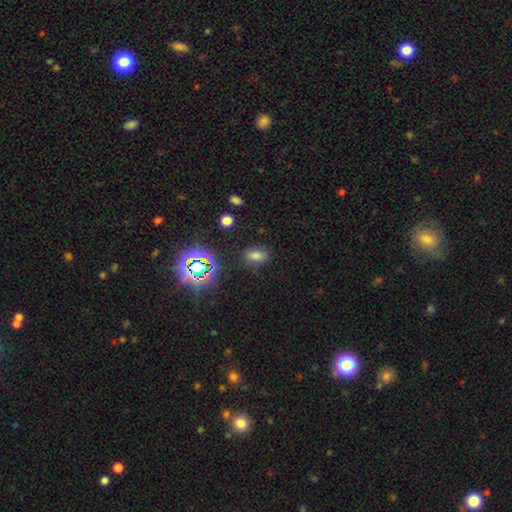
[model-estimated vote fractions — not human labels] smooth 64%, star or artifact 28%, featured or disk 8%. Down the decision tree: how rounded — in between (79%); merging — none (82%).